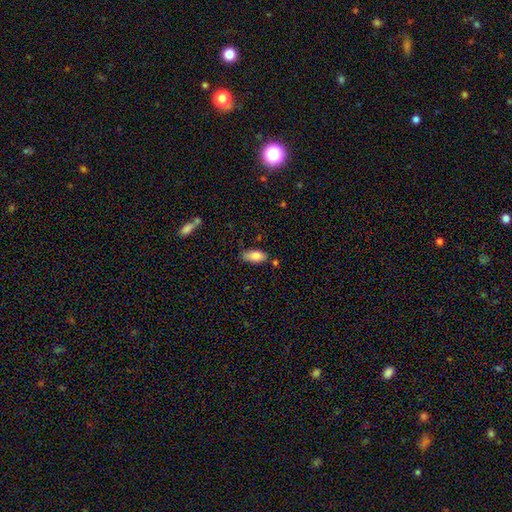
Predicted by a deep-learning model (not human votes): A smooth galaxy with no disk features (83%) that is in between round and cigar-shaped (88%). Merging: none (73%).